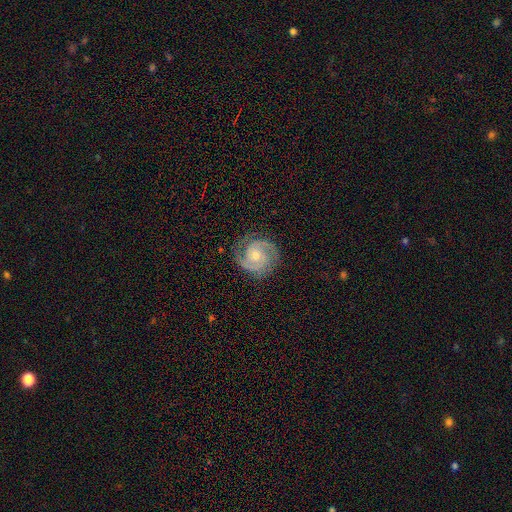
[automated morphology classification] Smooth or featured? Predicted: featured or disk (p=0.89). Edge-on disk? Predicted: no (p=0.98). Bar? Predicted: no (p=0.63). Spiral arms? Predicted: yes (p=0.98). Spiral winding? Predicted: tight (p=0.54). Spiral arm count? Predicted: 2 (p=0.84). Bulge size? Predicted: moderate (p=0.48, tied with small). Merging? Predicted: none (p=0.81).